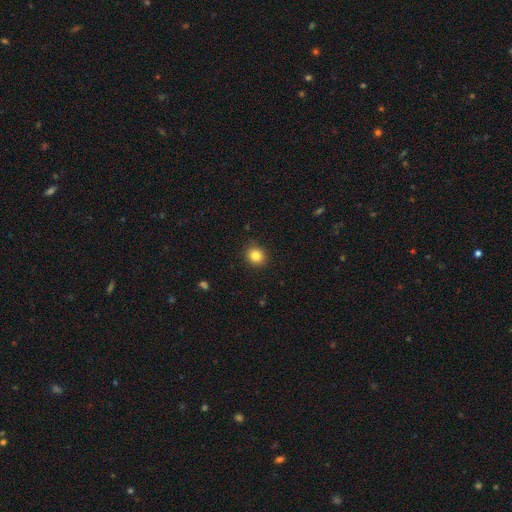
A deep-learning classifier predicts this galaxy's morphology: Smooth or featured: smooth — 83% (star or artifact — 11%)
How rounded: round — 84% (in between — 15%)
Merging: none — 88% (minor disturbance — 9%)